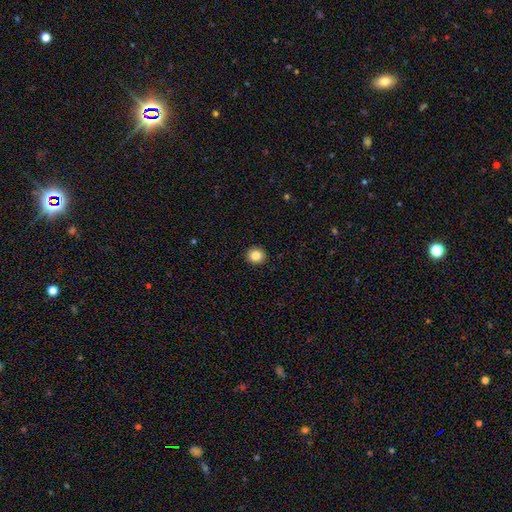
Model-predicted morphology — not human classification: This is clearly a smooth galaxy (85%). How rounded: clearly round (84%). Merging: clearly none (92%).